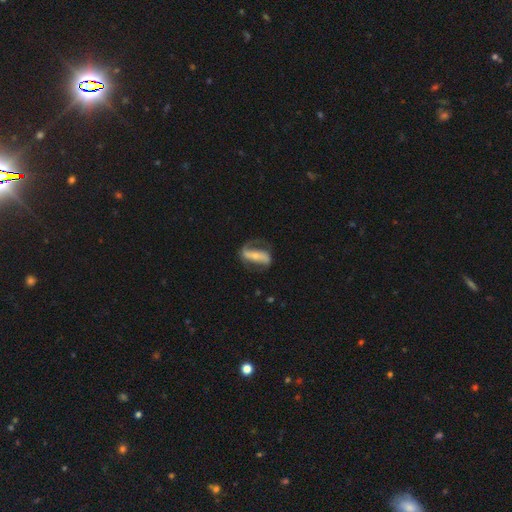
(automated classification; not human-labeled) This appears to be a featured or disk galaxy (74%) with a strong bar (58%), 2 (80%) loose (48%) spiral arms (88%) and a small central bulge (60%). Merging: none (59%).